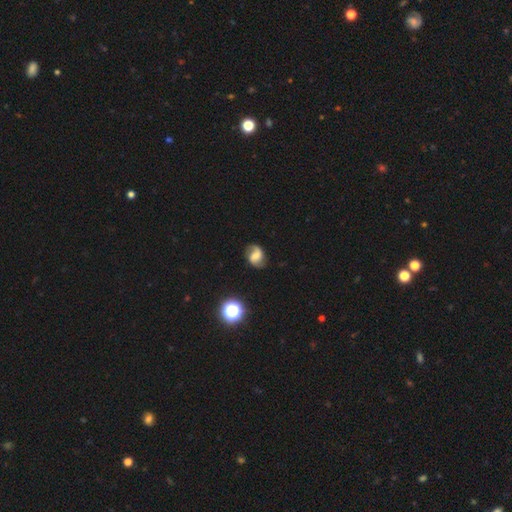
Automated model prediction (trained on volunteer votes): This appears to be a featured or disk galaxy (69%) with a weak bar (50%), 2 (90%) medium (44%) spiral arms (94%) and a moderate central bulge (34%). Merging: none (79%).